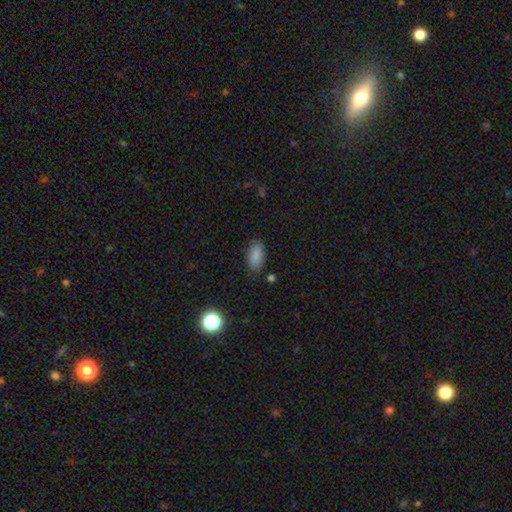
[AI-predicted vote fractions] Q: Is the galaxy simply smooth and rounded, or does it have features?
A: smooth — 87%.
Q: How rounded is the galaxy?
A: in between — 92%.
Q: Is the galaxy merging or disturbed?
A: none — 82%.